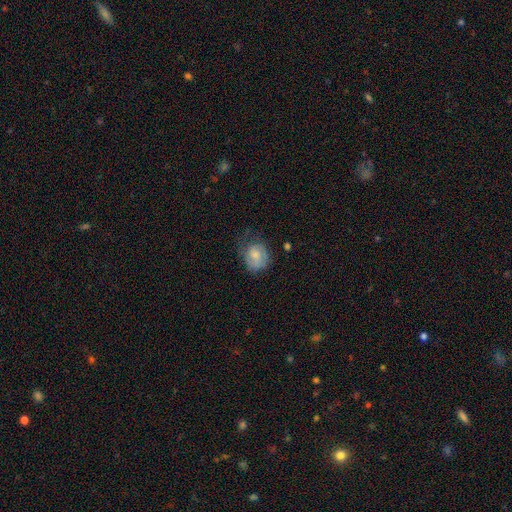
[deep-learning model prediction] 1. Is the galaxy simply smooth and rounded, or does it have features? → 65% smooth, 27% featured or disk, 8% star or artifact.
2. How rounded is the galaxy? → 62% round, 37% in between, 1% cigar-shaped.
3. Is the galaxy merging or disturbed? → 49% none, 31% minor disturbance, 19% major disturbance, 2% merger.